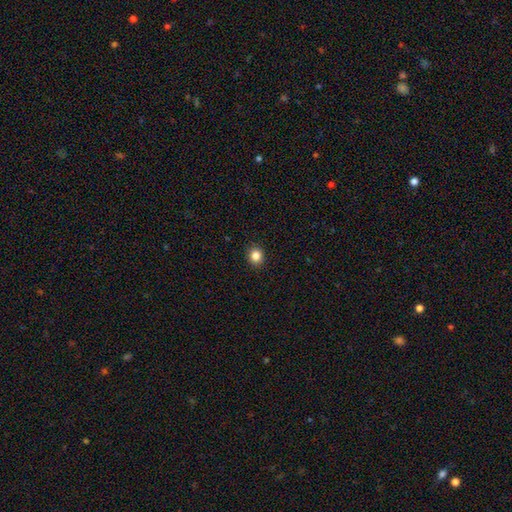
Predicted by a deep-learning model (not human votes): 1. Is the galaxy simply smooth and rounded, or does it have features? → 84% smooth, 11% star or artifact, 5% featured or disk.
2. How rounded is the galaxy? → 82% round, 17% in between, 1% cigar-shaped.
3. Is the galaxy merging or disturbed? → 92% none, 5% minor disturbance, 2% major disturbance, 1% merger.